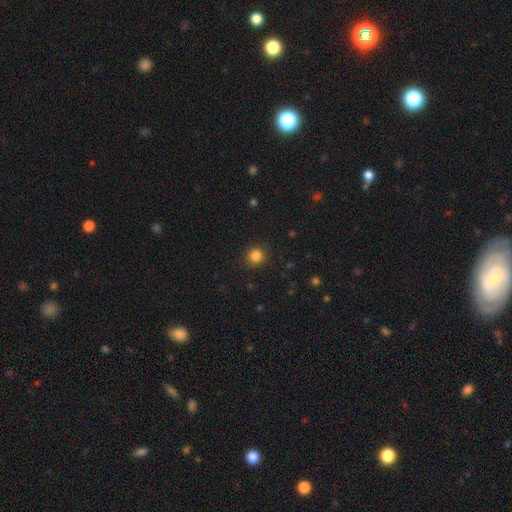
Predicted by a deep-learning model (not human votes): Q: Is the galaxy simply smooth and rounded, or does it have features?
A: smooth — 84%.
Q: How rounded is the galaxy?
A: round — 93%.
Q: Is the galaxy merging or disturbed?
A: none — 91%.